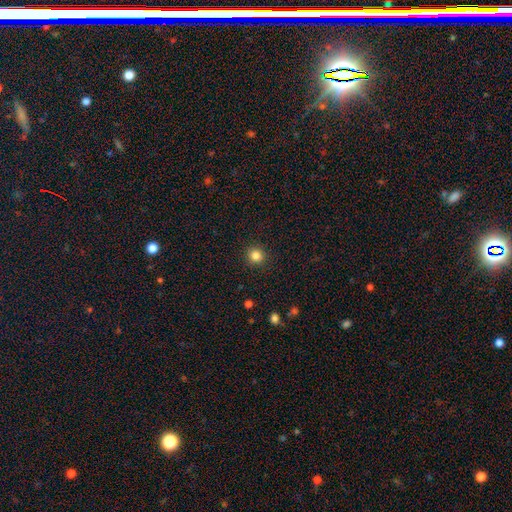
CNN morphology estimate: The model was most divided on "smooth or featured": smooth: 83%, star or artifact: 12%, featured or disk: 4%. More confident: how rounded — round (92%); merging — none (91%).